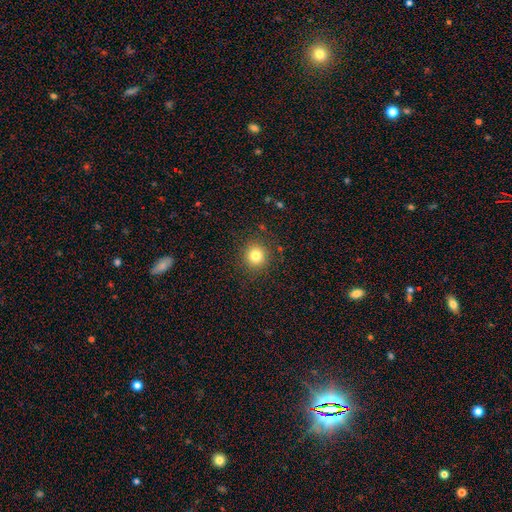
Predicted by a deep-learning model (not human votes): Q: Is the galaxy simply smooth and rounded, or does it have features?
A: smooth — 80%.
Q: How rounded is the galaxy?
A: round — 92%.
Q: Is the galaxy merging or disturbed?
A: none — 89%.